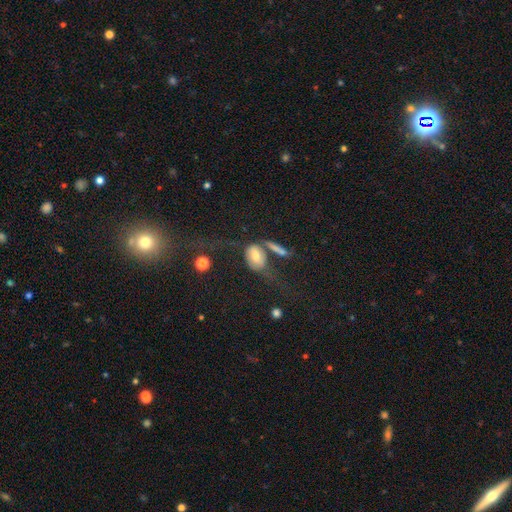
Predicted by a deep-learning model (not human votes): Overall: smooth (63%; featured or disk 28%). How rounded: in between (75%). Merging: none (35%; major disturbance 25%).